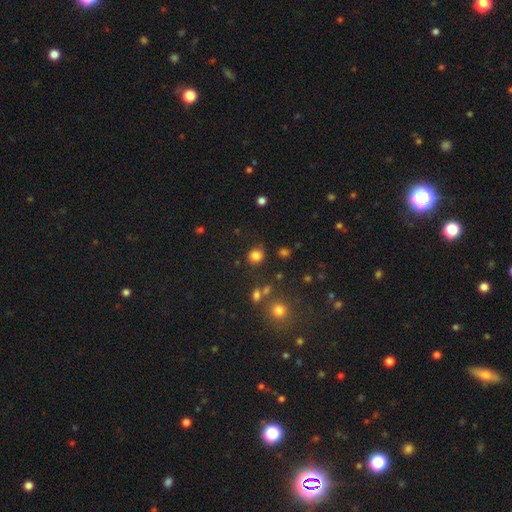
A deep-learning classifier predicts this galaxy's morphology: Smooth or featured?
  - smooth: 81% *
  - star or artifact: 14%
  - featured or disk: 5%
How rounded?
  - round: 78% *
  - in between: 21%
  - cigar-shaped: 1%
Merging?
  - none: 80% *
  - minor disturbance: 11%
  - major disturbance: 4%
  - merger: 4%